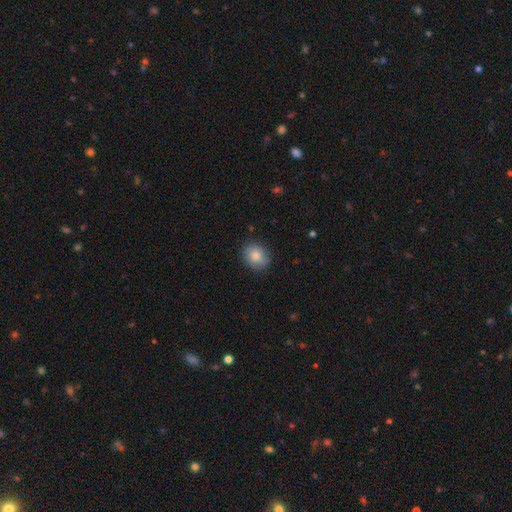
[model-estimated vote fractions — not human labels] Overall: smooth (82%). How rounded: round (54%; in between 45%). Merging: none (84%).